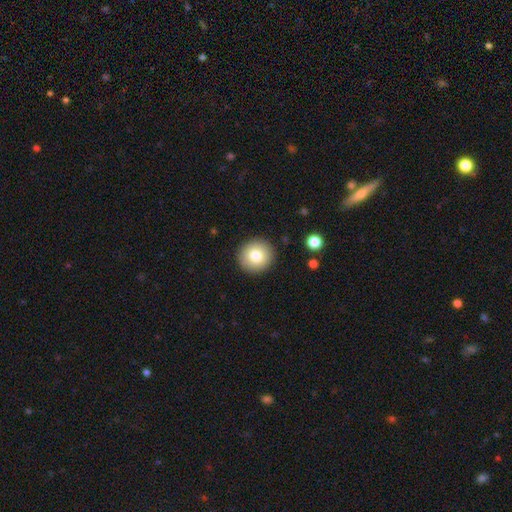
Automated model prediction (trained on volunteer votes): Smooth or featured?
  - smooth: 79% *
  - featured or disk: 11%
  - star or artifact: 9%
How rounded?
  - round: 91% *
  - in between: 8%
  - cigar-shaped: 1%
Merging?
  - none: 91% *
  - minor disturbance: 6%
  - major disturbance: 2%
  - merger: 1%